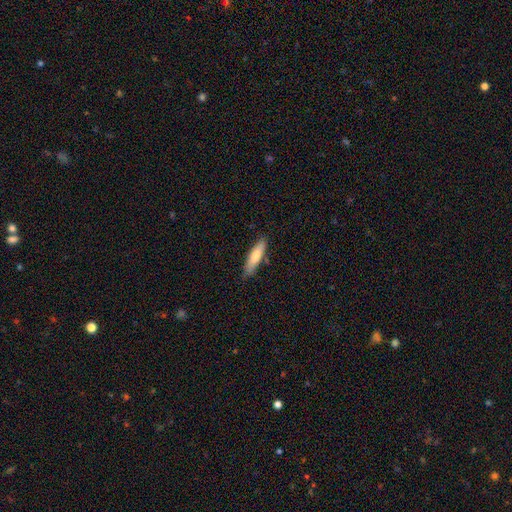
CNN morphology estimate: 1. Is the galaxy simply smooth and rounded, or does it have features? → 73% smooth, 21% featured or disk, 6% star or artifact.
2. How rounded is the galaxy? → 71% cigar-shaped, 28% in between, 2% round.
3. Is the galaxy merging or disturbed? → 80% none, 15% minor disturbance, 3% merger, 2% major disturbance.